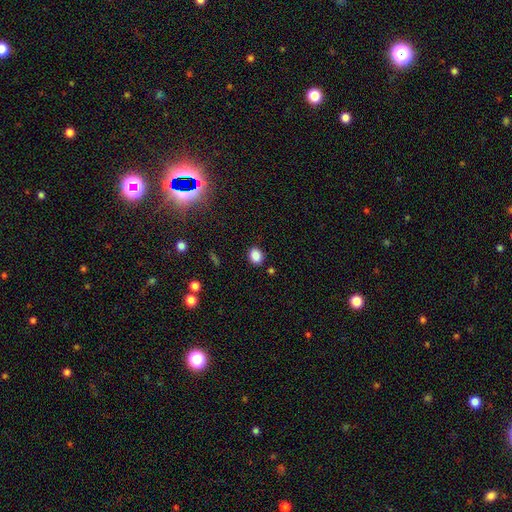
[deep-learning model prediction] Morphology: type=smooth (86%); roundness=in between (55%); merging=none (87%).